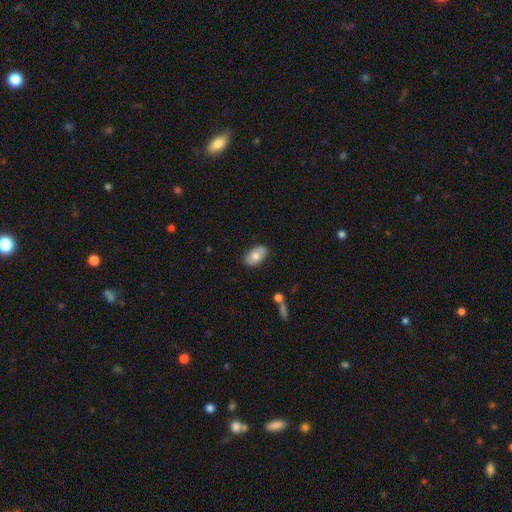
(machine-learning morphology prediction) Overall: smooth (70%). How rounded: in between (92%). Merging: none (81%).